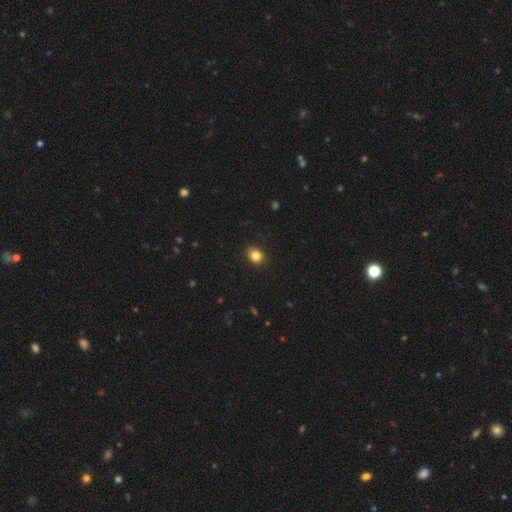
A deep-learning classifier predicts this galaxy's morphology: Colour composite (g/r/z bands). It shows a smooth galaxy with no disk features (84%) that is round (54%). Merging: none (88%).